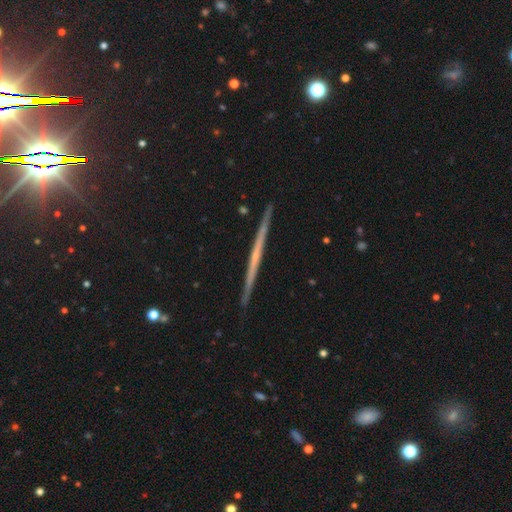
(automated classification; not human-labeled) This appears to be a featured or disk galaxy (70%) viewed edge-on (98%) with no central bulge (76%). Merging: none (92%).